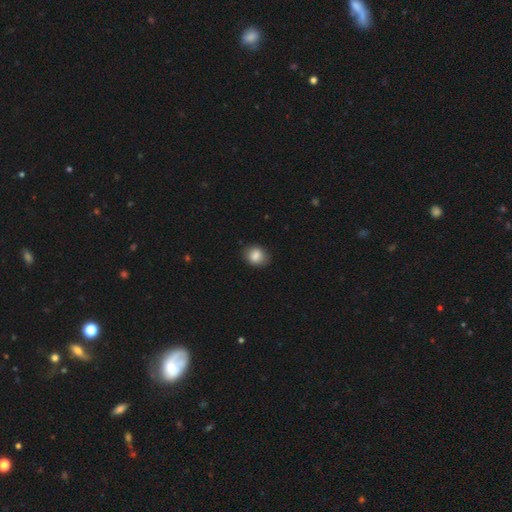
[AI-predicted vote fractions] This appears to be a smooth galaxy with no disk features (84%) that is in between round and cigar-shaped (53%). Merging: none (81%).